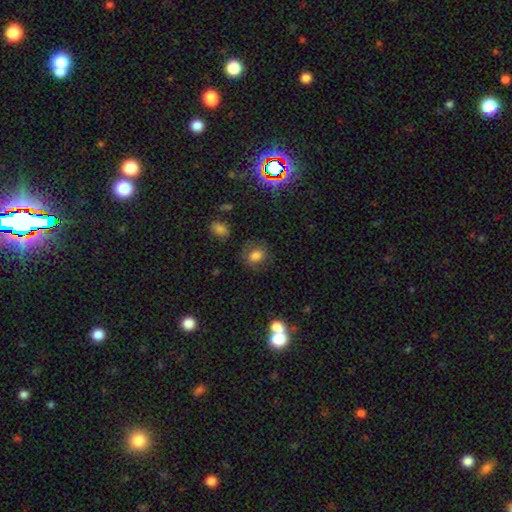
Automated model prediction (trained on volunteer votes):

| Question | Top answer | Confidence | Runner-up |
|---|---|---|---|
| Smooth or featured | smooth | 75% | star or artifact (14%) |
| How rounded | round | 64% | in between (35%) |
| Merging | none | 78% | minor disturbance (14%) |